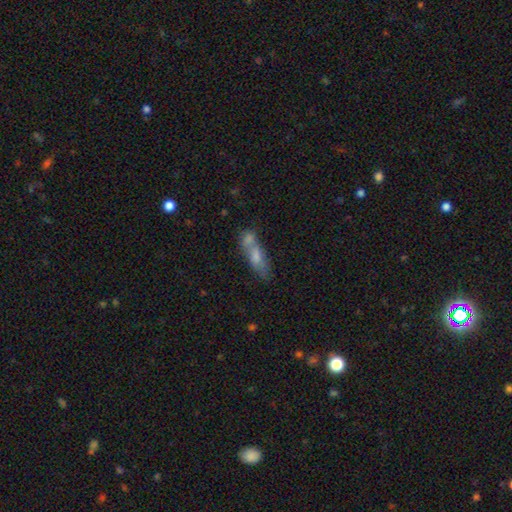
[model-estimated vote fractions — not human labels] A smooth galaxy with no disk features (61%) that is in between round and cigar-shaped (53%). Merging: merger (46%).